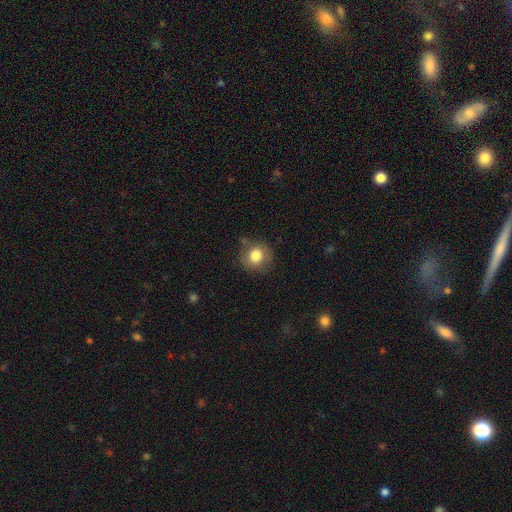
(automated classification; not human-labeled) Smooth or featured? Predicted: smooth (p=0.80). How rounded? Predicted: round (p=0.82). Merging? Predicted: none (p=0.78).